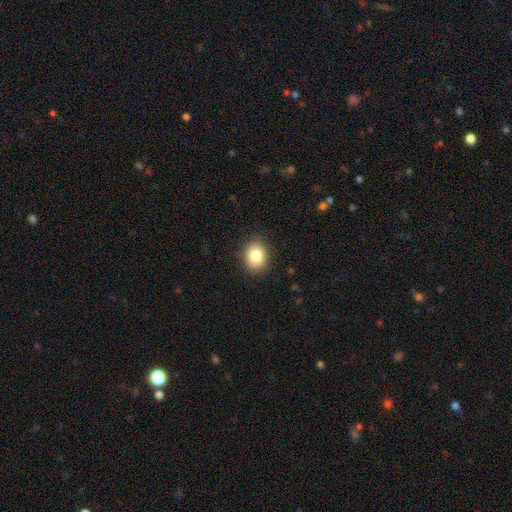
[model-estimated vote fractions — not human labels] This is clearly a smooth galaxy (82%). How rounded: possibly in between (50%). Merging: clearly none (88%).